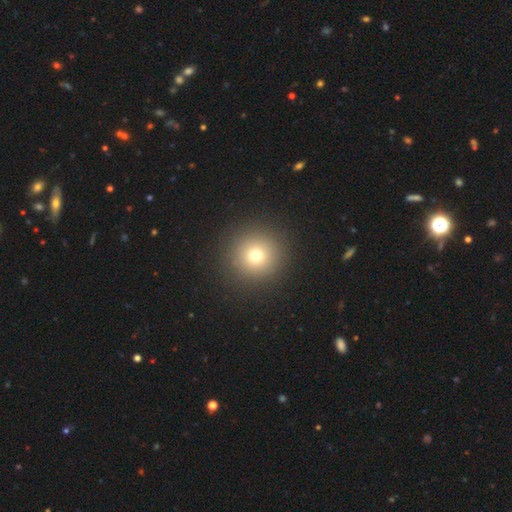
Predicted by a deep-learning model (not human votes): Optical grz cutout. It shows a smooth galaxy with no disk features (74%) that is round (95%). Merging: none (91%).